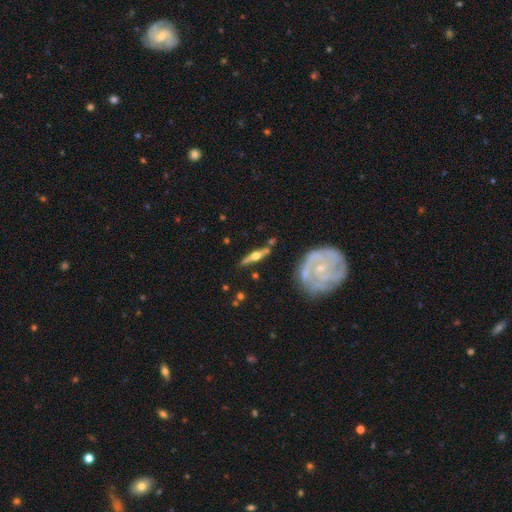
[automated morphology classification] Smooth or featured? Predicted: featured or disk (p=0.80). Edge-on disk? Predicted: yes (p=0.92). Edge-on bulge? Predicted: rounded (p=0.95). Merging? Predicted: none (p=0.81).